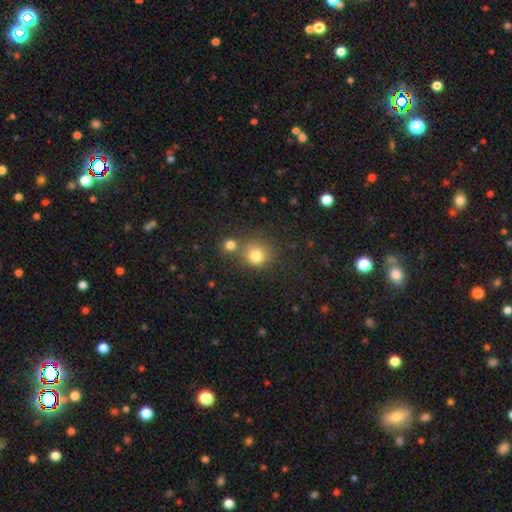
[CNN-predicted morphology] A smooth galaxy with no disk features (80%) that is round (88%).

Vote fractions:
- Smooth or featured? smooth: 80% / star or artifact: 13% / featured or disk: 7%
- How rounded? round: 88% / in between: 11% / cigar-shaped: 1%
- Merging? none: 60% / merger: 26% / minor disturbance: 10% / major disturbance: 4%